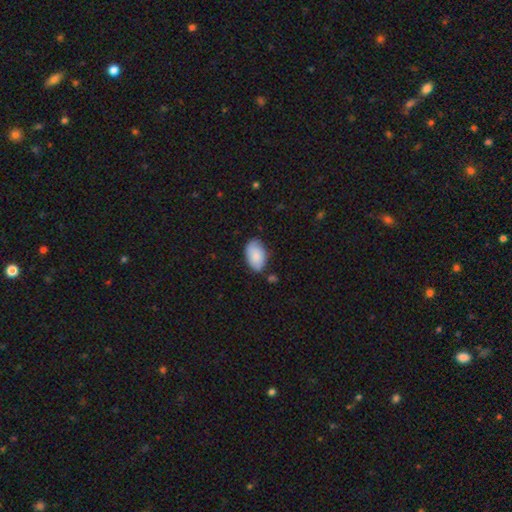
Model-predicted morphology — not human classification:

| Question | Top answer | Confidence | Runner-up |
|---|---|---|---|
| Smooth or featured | smooth | 85% | featured or disk (9%) |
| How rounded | in between | 94% | round (5%) |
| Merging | none | 73% | minor disturbance (20%) |